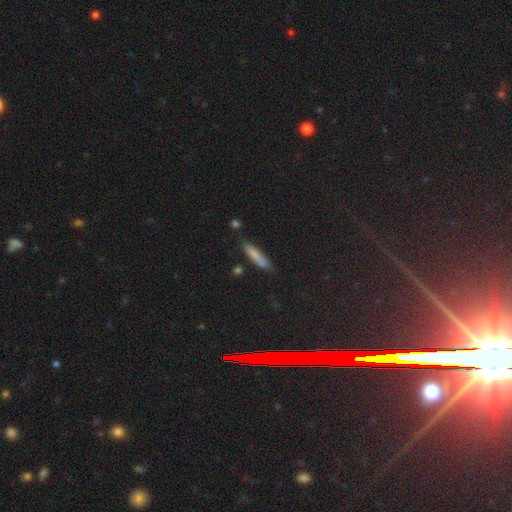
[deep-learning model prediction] This is likely a smooth galaxy (76%). How rounded: clearly cigar-shaped (86%). Merging: likely none (77%).